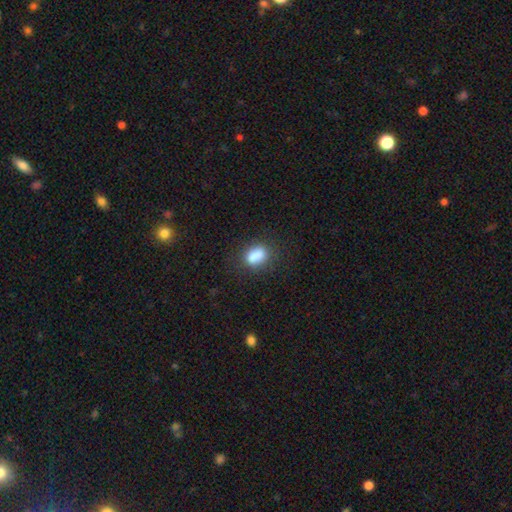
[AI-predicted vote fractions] A smooth galaxy with no disk features (85%) that is in between round and cigar-shaped (77%).

Vote fractions:
- Smooth or featured? smooth: 85% / star or artifact: 10% / featured or disk: 5%
- How rounded? in between: 77% / round: 20% / cigar-shaped: 3%
- Merging? none: 74% / minor disturbance: 17% / major disturbance: 6% / merger: 3%